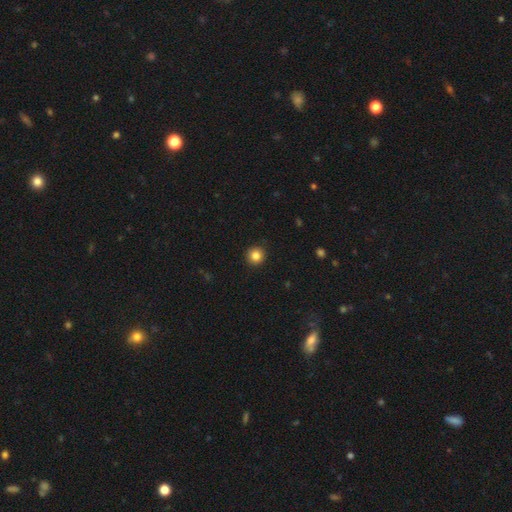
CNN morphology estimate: A smooth galaxy with no disk features (84%) that is round (93%). Merging: none (92%).